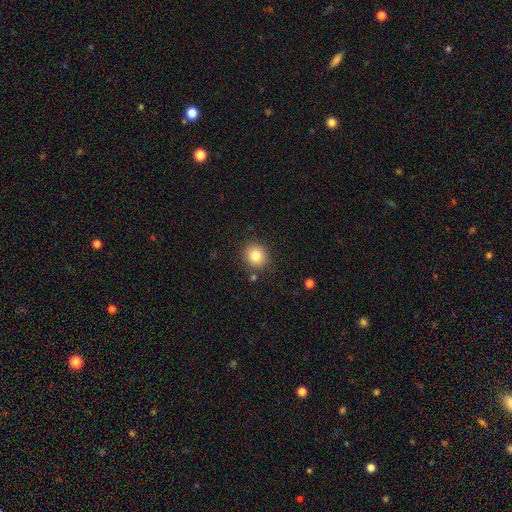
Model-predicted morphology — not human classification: This appears to be a smooth galaxy with no disk features (81%) that is round (87%). Merging: none (86%).